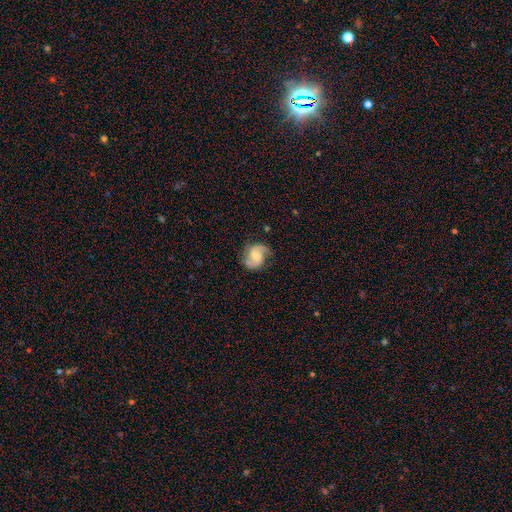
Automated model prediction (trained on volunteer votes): Smooth or featured? featured or disk (80%)
Edge-on disk? no (98%)
Bar? no (50%)
Spiral arms? yes (96%)
Spiral winding? medium (50%)
Spiral arm count? 2 (89%)
Bulge size? moderate (54%)
Merging? none (76%)